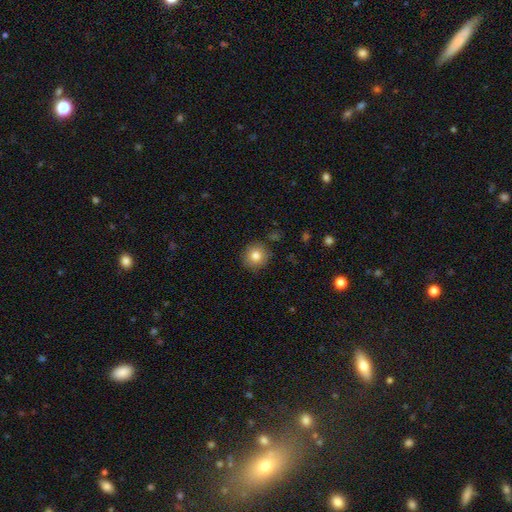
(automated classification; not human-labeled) Smooth or featured?
  - smooth: 82% *
  - star or artifact: 10%
  - featured or disk: 8%
How rounded?
  - round: 91% *
  - in between: 8%
  - cigar-shaped: 1%
Merging?
  - none: 88% *
  - minor disturbance: 8%
  - major disturbance: 2%
  - merger: 2%